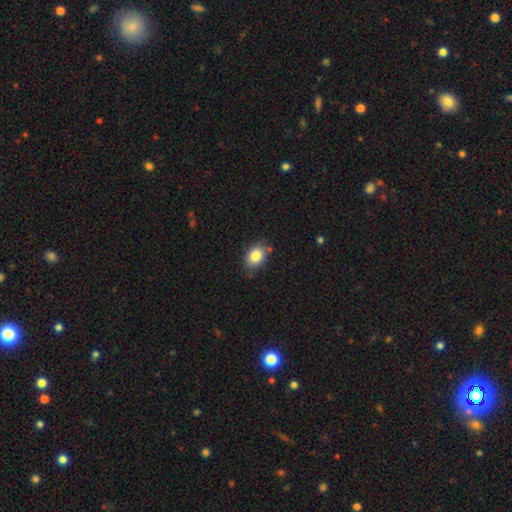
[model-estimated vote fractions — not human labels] Overall: smooth (83%). How rounded: in between (75%). Merging: none (81%).